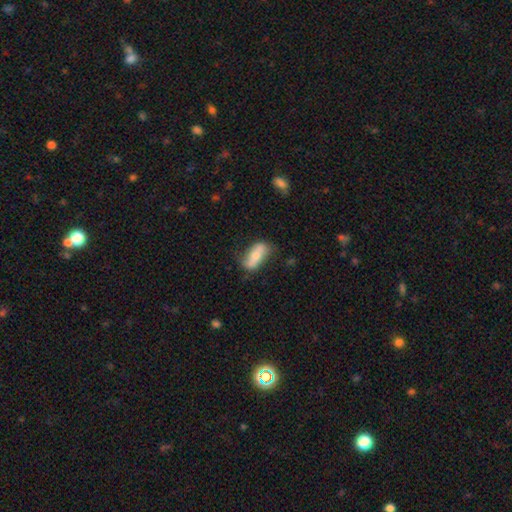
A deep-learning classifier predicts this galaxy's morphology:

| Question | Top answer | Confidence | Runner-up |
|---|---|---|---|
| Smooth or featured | smooth | 58% | featured or disk (35%) |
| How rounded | in between | 76% | cigar-shaped (20%) |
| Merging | none | 66% | minor disturbance (24%) |